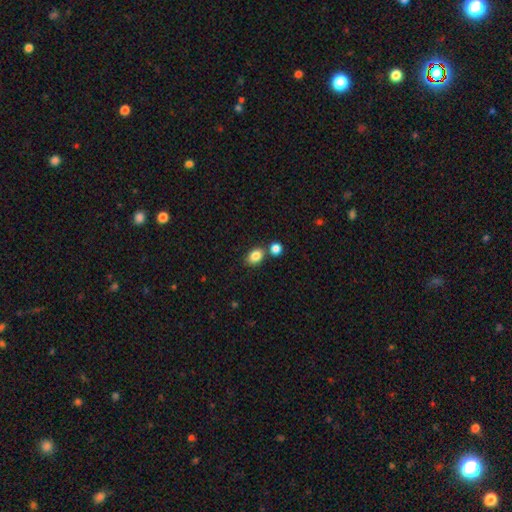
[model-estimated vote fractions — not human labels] This appears to be a smooth galaxy with no disk features (85%) that is in between round and cigar-shaped (67%). Merging: none (65%).